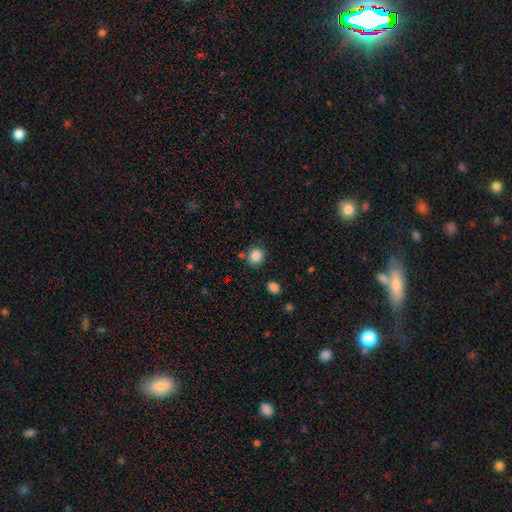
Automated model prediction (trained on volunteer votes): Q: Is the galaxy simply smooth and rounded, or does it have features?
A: smooth — 85%.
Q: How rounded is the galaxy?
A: round — 87%.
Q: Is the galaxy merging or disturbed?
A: none — 81%.